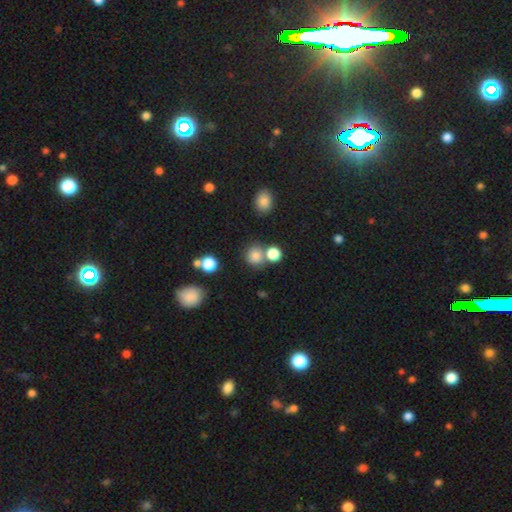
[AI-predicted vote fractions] A smooth galaxy with no disk features (80%) that is round (86%). Merging: none (65%).